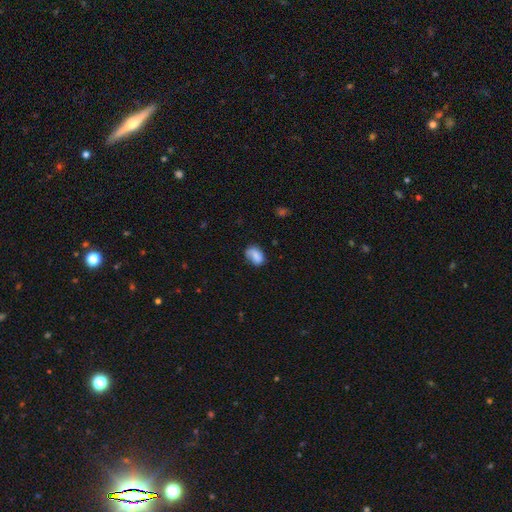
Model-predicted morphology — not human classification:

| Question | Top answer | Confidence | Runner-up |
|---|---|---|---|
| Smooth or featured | smooth | 78% | featured or disk (14%) |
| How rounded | in between | 78% | round (20%) |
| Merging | none | 59% | minor disturbance (29%) |